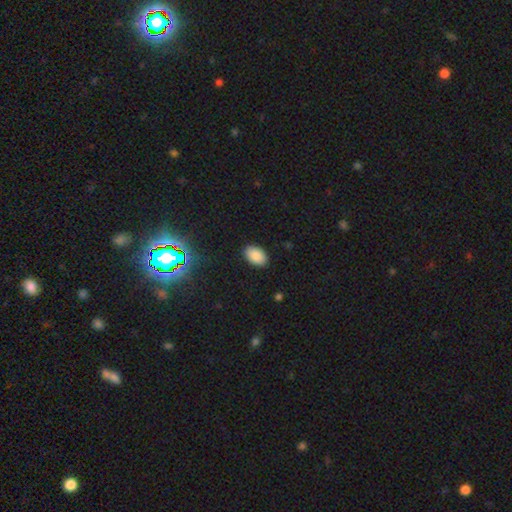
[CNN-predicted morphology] Overall: smooth (87%). How rounded: in between (91%). Merging: none (89%).